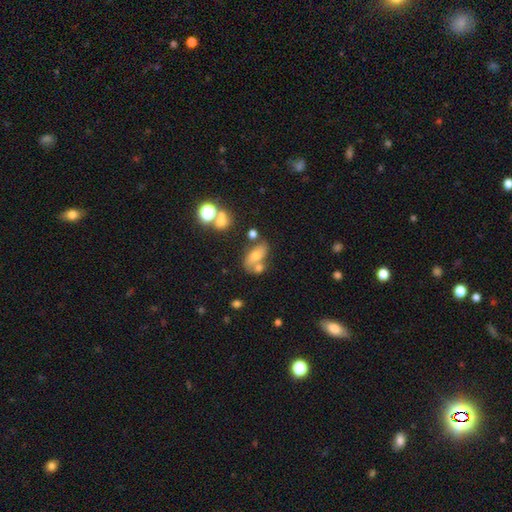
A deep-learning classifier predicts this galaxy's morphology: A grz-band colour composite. It shows a smooth galaxy with no disk features (59%) that is in between round and cigar-shaped (80%). Merging: none (49%).